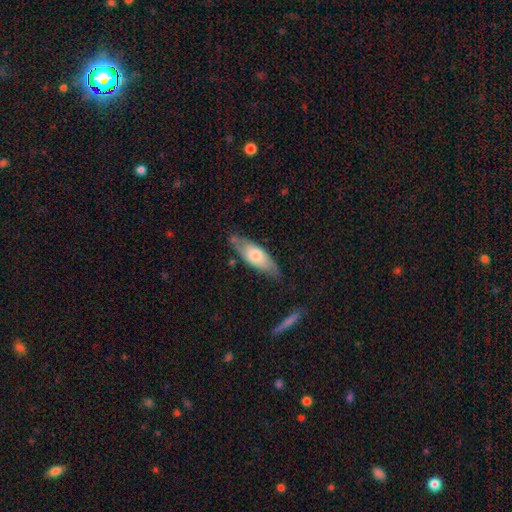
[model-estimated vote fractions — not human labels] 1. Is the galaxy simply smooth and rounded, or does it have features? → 66% smooth, 28% featured or disk, 6% star or artifact.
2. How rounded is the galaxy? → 69% in between, 29% cigar-shaped, 2% round.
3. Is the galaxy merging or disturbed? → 68% none, 23% minor disturbance, 5% major disturbance, 4% merger.